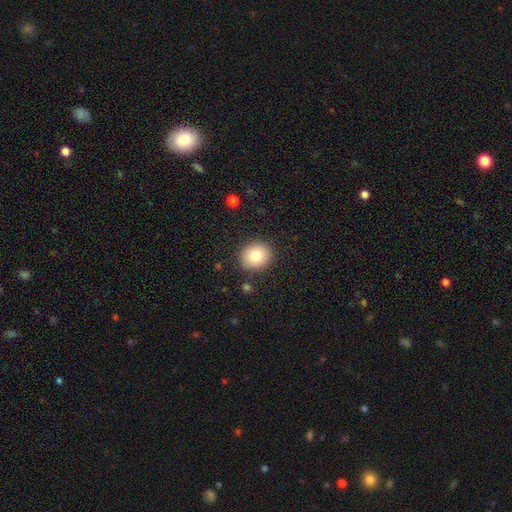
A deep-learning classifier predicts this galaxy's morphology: type=smooth (81%); roundness=round (73%); merging=none (87%).